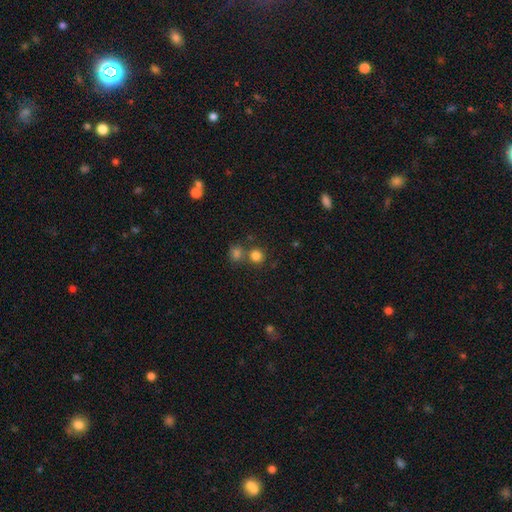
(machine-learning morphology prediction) smooth_or_featured: smooth (p=0.81) [alt: star or artifact p=0.14]
how_rounded: round (p=0.90) [alt: in between p=0.09]
merging: none (p=0.66) [alt: merger p=0.24]